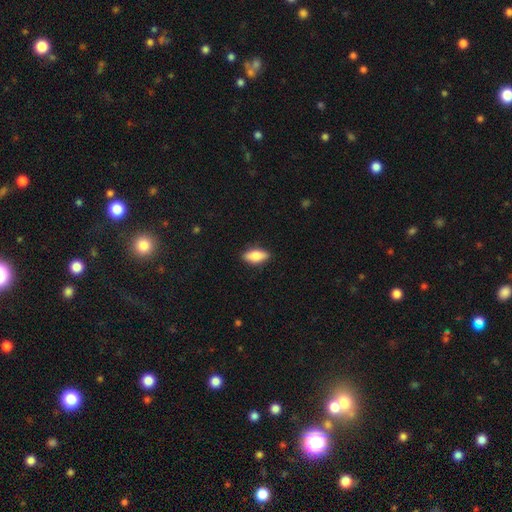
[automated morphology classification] This appears to be a smooth galaxy with no disk features (78%) that is in between round and cigar-shaped (82%). Merging: none (87%).